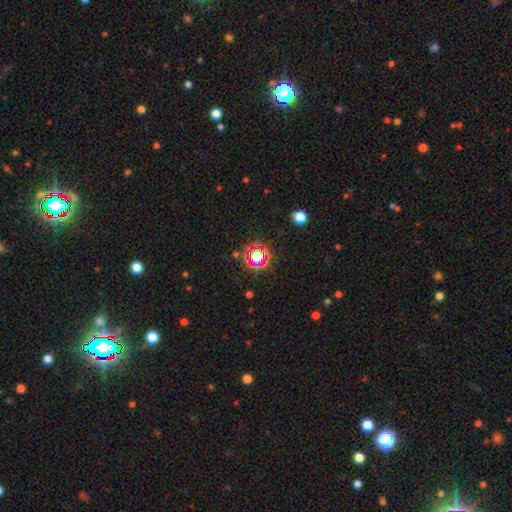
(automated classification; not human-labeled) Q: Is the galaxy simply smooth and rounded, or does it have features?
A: star or artifact — 68%.